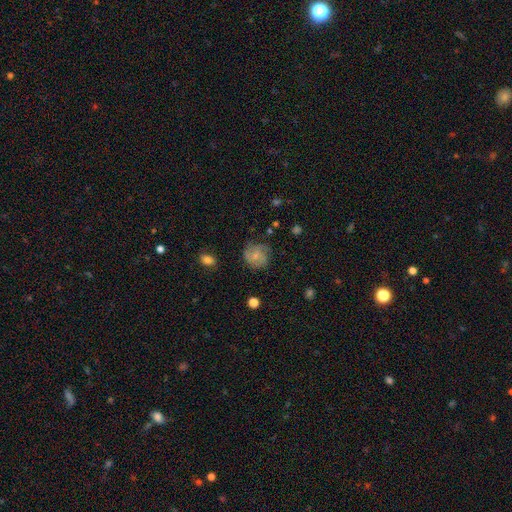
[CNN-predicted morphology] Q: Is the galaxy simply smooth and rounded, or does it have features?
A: featured or disk — 48%.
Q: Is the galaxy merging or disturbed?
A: none — 67%.